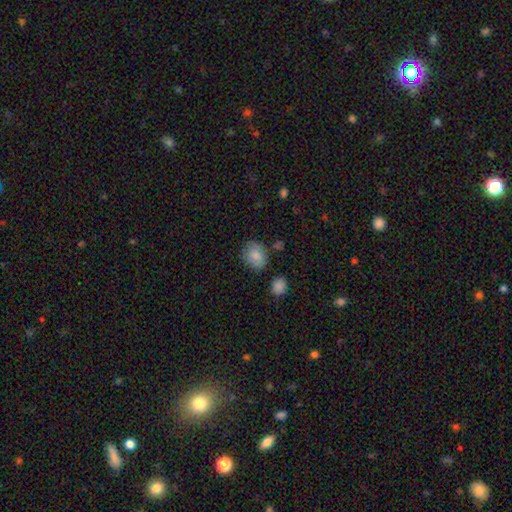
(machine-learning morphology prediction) Smooth or featured? Predicted: smooth (p=0.83). How rounded? Predicted: in between (p=0.54). Merging? Predicted: none (p=0.73).